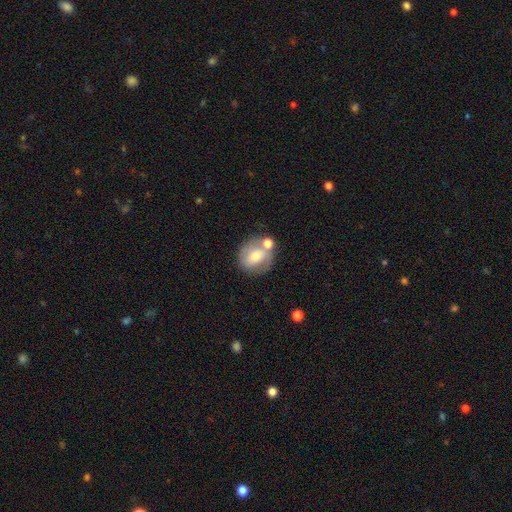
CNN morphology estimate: Smooth or featured: smooth — 46% (featured or disk — 45%)
Merging: none — 55% (merger — 24%)